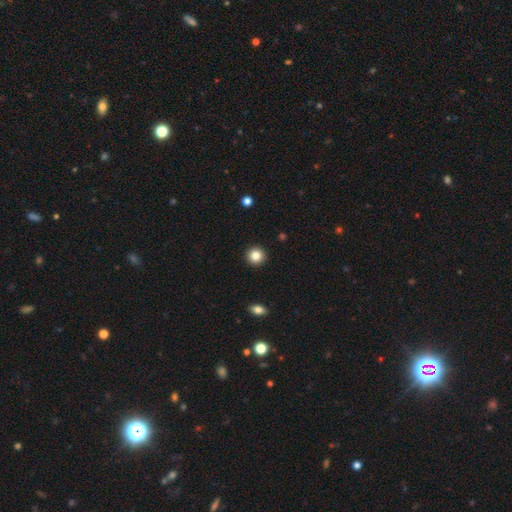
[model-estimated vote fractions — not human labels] A smooth galaxy with no disk features (84%) that is round (94%). Merging: none (93%).